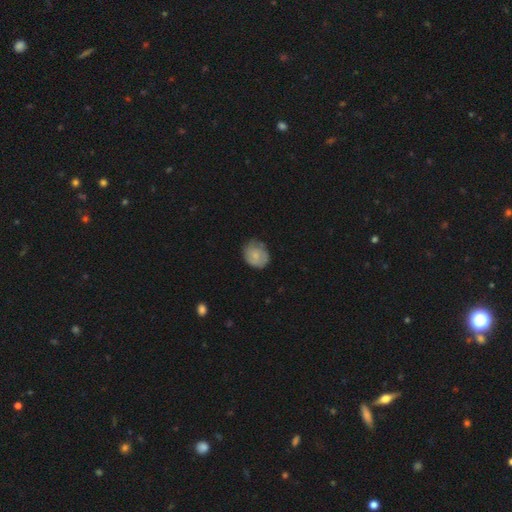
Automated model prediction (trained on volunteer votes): Smooth or featured? smooth (69%)
How rounded? round (61%)
Merging? none (66%)